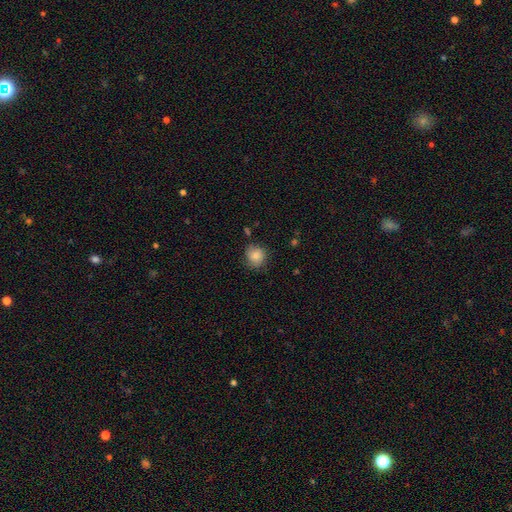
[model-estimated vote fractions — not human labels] Overall: smooth (80%). How rounded: round (83%). Merging: none (71%).